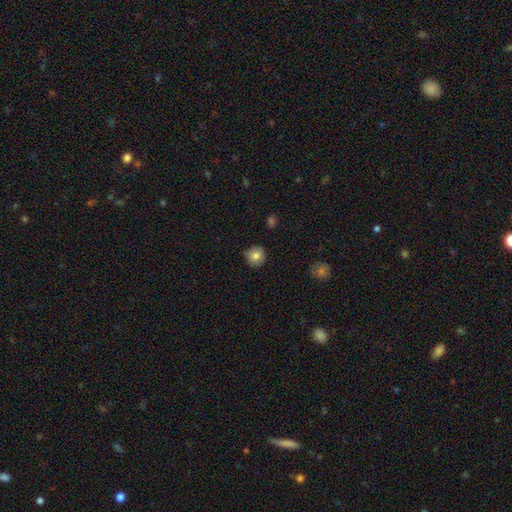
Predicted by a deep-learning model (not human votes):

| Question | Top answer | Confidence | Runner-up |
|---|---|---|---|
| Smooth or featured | smooth | 82% | star or artifact (9%) |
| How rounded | round | 89% | in between (10%) |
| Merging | none | 79% | minor disturbance (17%) |